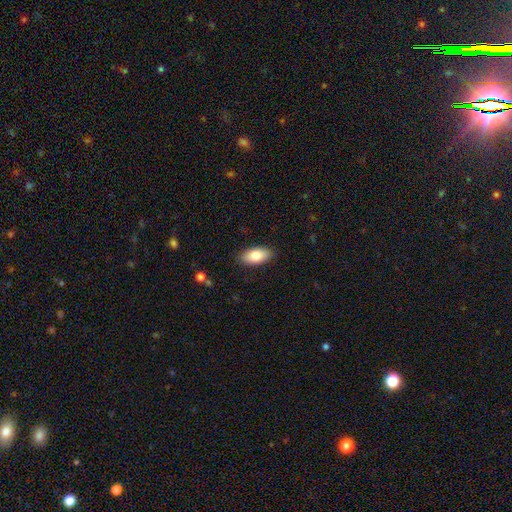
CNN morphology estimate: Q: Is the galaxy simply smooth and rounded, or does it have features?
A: smooth — 81%.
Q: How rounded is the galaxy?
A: in between — 92%.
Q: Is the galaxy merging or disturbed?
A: none — 88%.